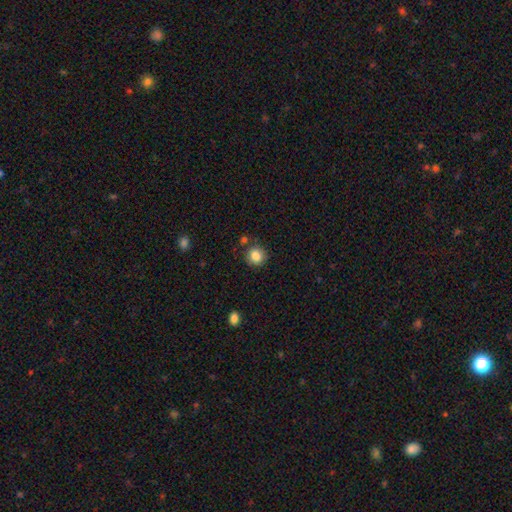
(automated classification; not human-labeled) Overall: smooth (85%). How rounded: round (88%). Merging: none (82%).